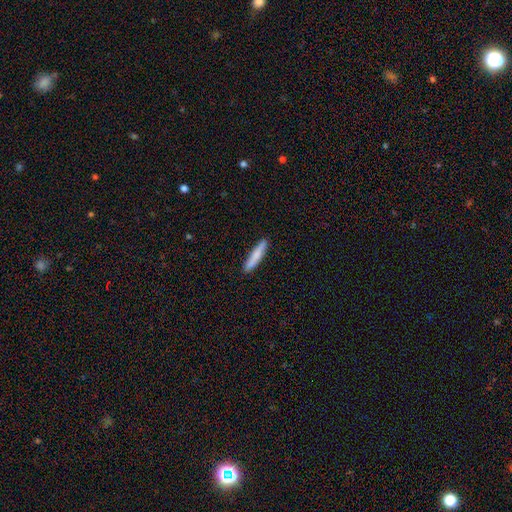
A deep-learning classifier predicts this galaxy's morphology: The model was most divided on "smooth or featured": smooth: 78%, featured or disk: 17%, star or artifact: 5%. More confident: how rounded — cigar-shaped (92%); merging — none (91%).